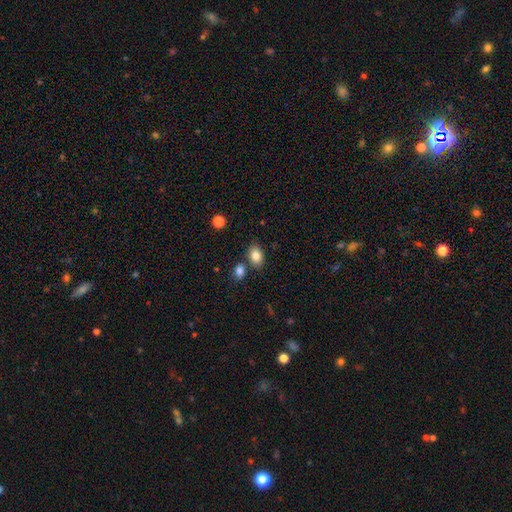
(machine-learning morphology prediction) Smooth or featured?
  - smooth: 84% *
  - star or artifact: 9%
  - featured or disk: 8%
How rounded?
  - in between: 79% *
  - round: 20%
  - cigar-shaped: 1%
Merging?
  - none: 76% *
  - minor disturbance: 11%
  - merger: 11%
  - major disturbance: 3%